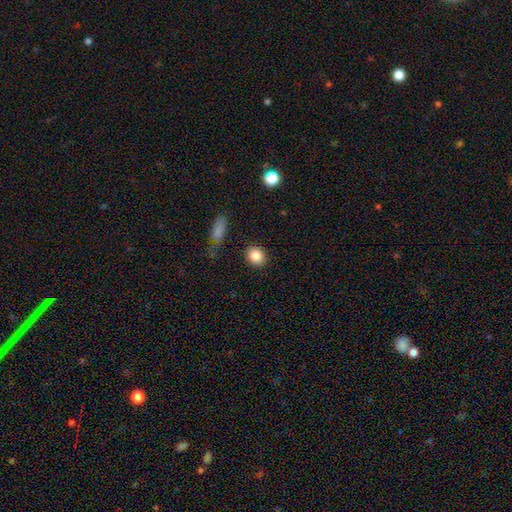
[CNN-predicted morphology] Smooth or featured?
  - smooth: 87% *
  - star or artifact: 8%
  - featured or disk: 5%
How rounded?
  - round: 69% *
  - in between: 30%
  - cigar-shaped: 1%
Merging?
  - none: 87% *
  - minor disturbance: 8%
  - major disturbance: 3%
  - merger: 2%